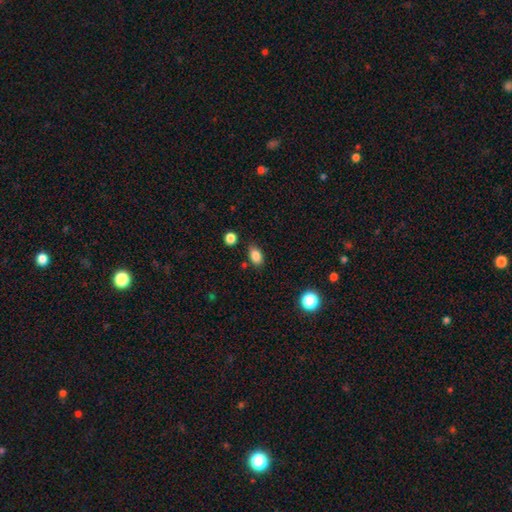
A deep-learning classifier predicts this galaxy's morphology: smooth 85%, star or artifact 10%, featured or disk 5%. Down the decision tree: how rounded — in between (84%); merging — none (78%).